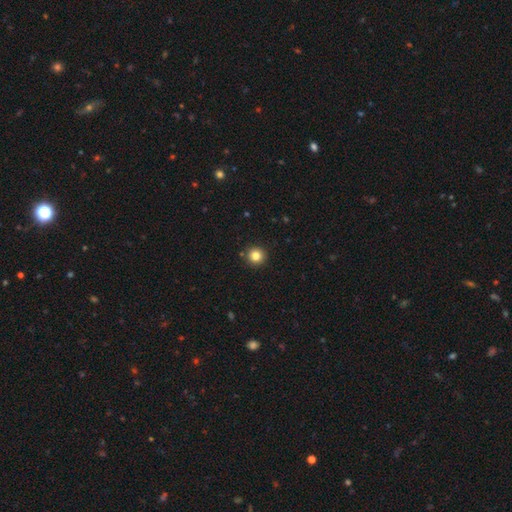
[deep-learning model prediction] Smooth or featured?
  - smooth: 83% *
  - star or artifact: 11%
  - featured or disk: 6%
How rounded?
  - round: 95% *
  - in between: 4%
  - cigar-shaped: 1%
Merging?
  - none: 92% *
  - minor disturbance: 5%
  - merger: 2%
  - major disturbance: 2%